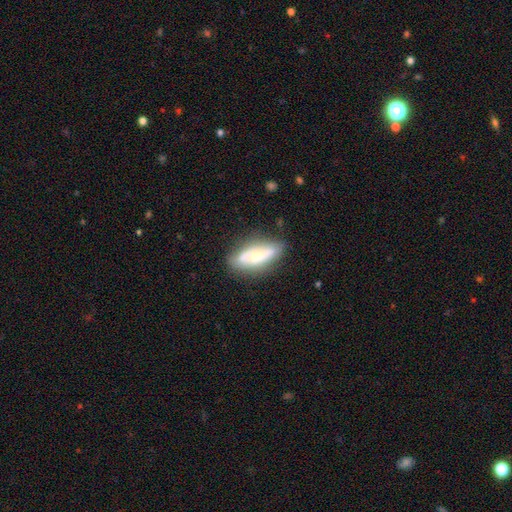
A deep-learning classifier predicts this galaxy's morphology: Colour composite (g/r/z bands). It shows a smooth galaxy with no disk features (49%). Merging: none (68%).